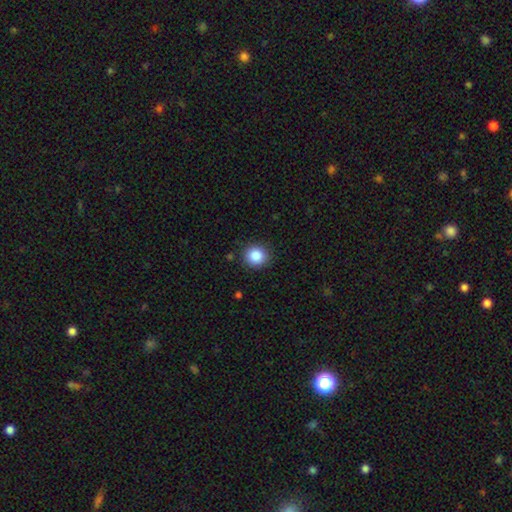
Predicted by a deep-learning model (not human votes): smooth-or-featured: smooth: 87% | star or artifact: 9% | featured or disk: 3%
  how-rounded: round: 89% | in between: 10% | cigar-shaped: 1%
  merging: none: 88% | minor disturbance: 8% | major disturbance: 2% | merger: 1%